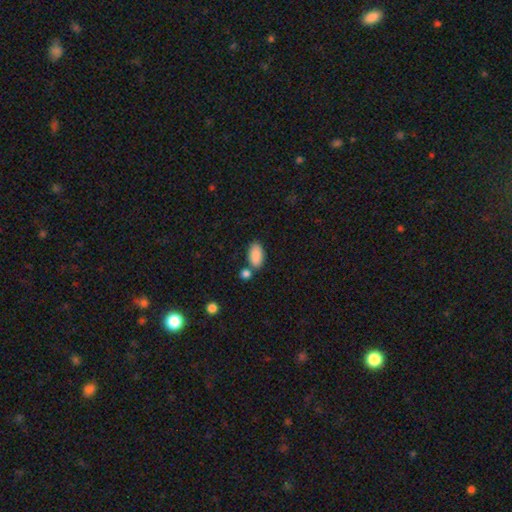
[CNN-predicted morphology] Smooth or featured?
  - smooth: 89% *
  - star or artifact: 7%
  - featured or disk: 4%
How rounded?
  - in between: 94% *
  - round: 4%
  - cigar-shaped: 3%
Merging?
  - none: 66% *
  - merger: 18%
  - minor disturbance: 13%
  - major disturbance: 3%